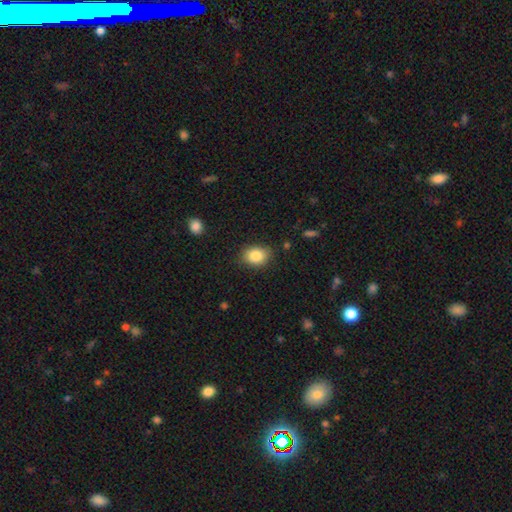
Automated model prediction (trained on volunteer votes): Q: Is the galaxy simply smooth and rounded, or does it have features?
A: smooth — 86%.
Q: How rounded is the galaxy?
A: in between — 65%.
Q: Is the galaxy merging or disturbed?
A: none — 83%.